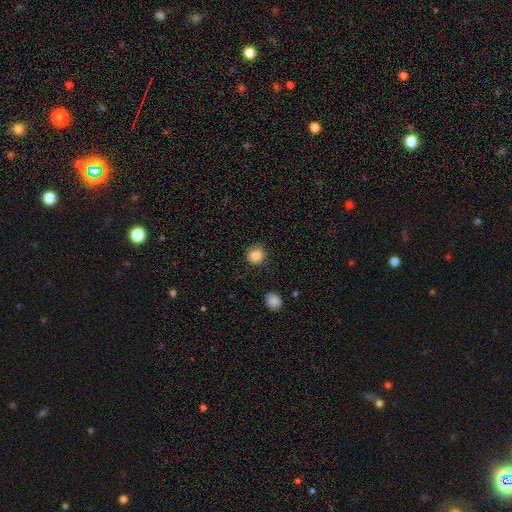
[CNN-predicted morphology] Q: Smooth or featured?
A: smooth (87%); runner-up: star or artifact (10%)
Q: How rounded?
A: round (88%); runner-up: in between (11%)
Q: Merging?
A: none (80%); runner-up: minor disturbance (14%)